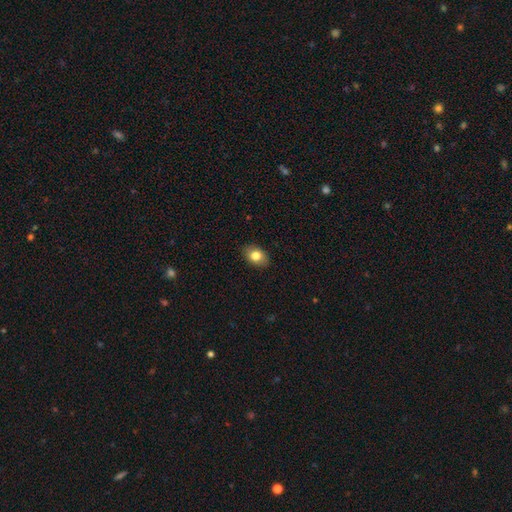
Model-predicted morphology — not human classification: Smooth or featured? smooth (81%)
How rounded? in between (79%)
Merging? none (87%)